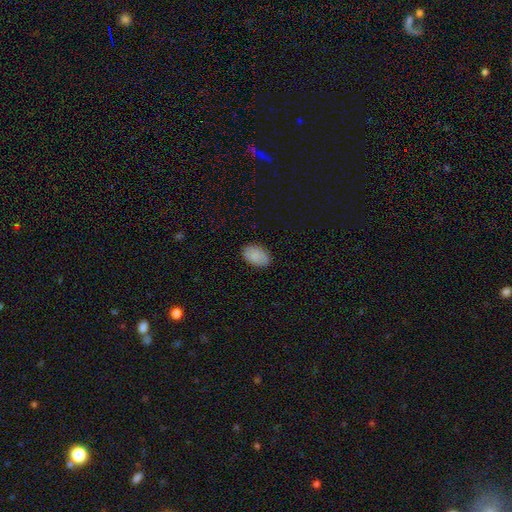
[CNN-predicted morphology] Smooth or featured: smooth — 86% (star or artifact — 7%)
How rounded: in between — 90% (round — 9%)
Merging: none — 85% (minor disturbance — 12%)